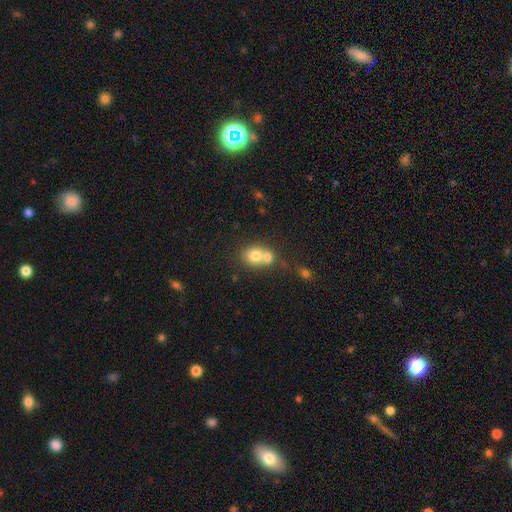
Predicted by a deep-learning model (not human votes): Smooth or featured? Predicted: smooth (p=0.74). How rounded? Predicted: round (p=0.66). Merging? Predicted: merger (p=0.61).